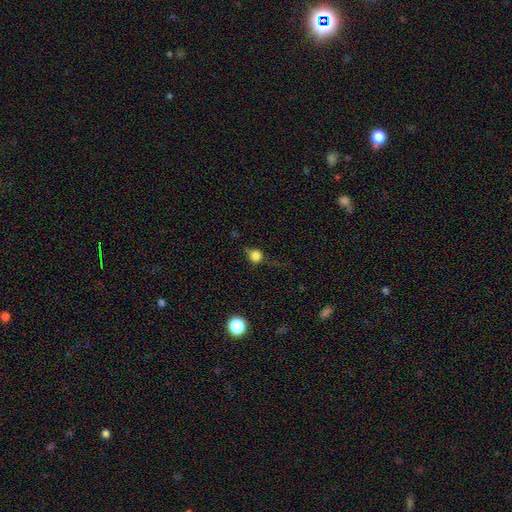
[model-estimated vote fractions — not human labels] Smooth or featured? smooth (71%)
How rounded? round (84%)
Merging? none (58%)